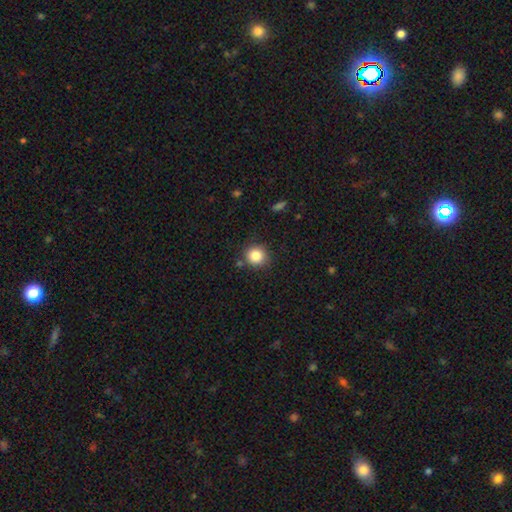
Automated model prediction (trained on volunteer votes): Q: Smooth or featured?
A: smooth (84%); runner-up: star or artifact (11%)
Q: How rounded?
A: round (92%); runner-up: in between (7%)
Q: Merging?
A: none (85%); runner-up: minor disturbance (9%)